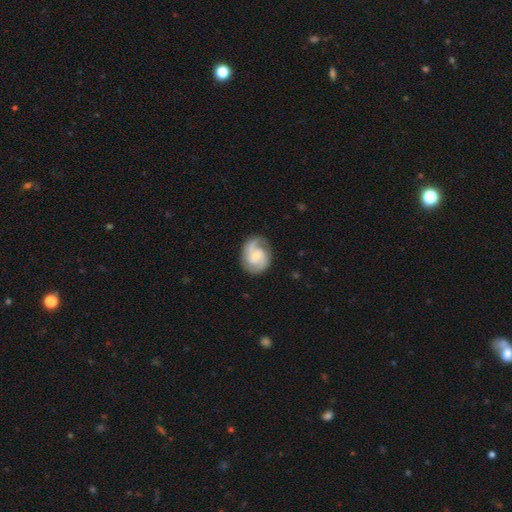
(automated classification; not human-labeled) featured or disk 83%, smooth 12%, star or artifact 5%. Down the decision tree: edge-on disk — no (98%); bar — weak (46%); spiral arms — yes (97%); spiral arm count — 2 (79%); spiral winding — medium (50%); bulge size — small (56%); merging — none (77%).